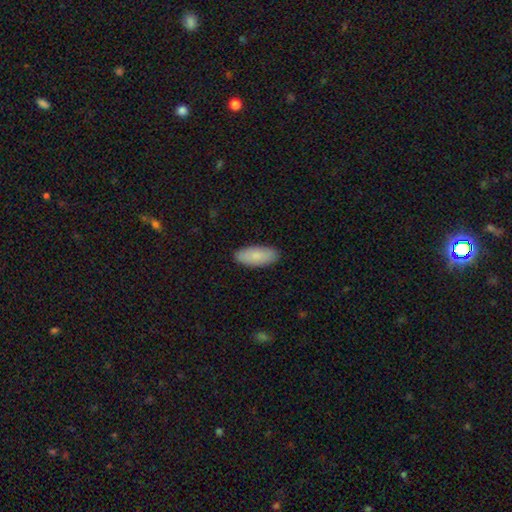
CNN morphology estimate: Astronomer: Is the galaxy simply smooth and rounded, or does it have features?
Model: smooth — 85%.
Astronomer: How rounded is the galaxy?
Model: in between — 86%.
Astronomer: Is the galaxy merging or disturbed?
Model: none — 89%.